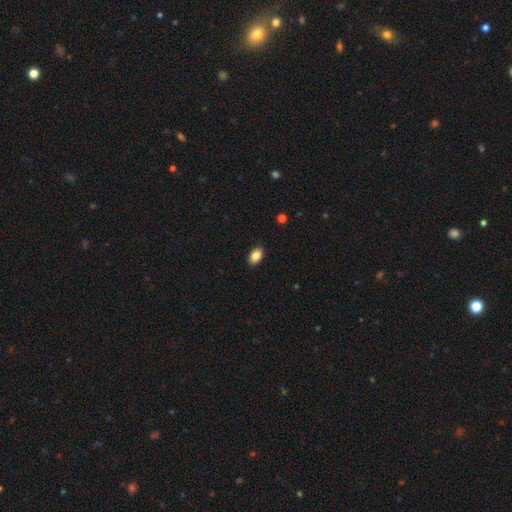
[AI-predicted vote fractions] Smooth or featured? smooth (86%)
How rounded? in between (88%)
Merging? none (89%)